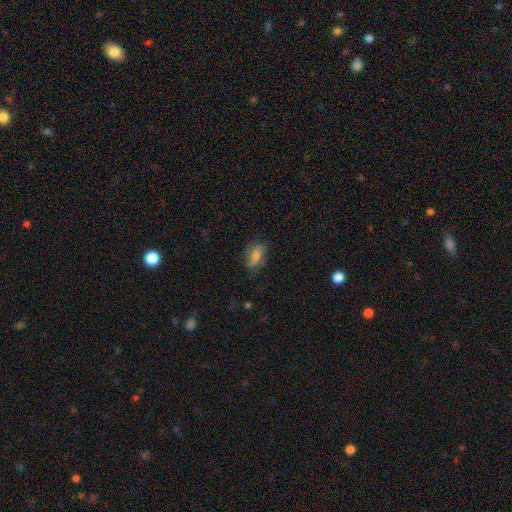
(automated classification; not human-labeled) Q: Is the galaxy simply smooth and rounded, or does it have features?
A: smooth — 49%.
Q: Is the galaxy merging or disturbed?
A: none — 77%.